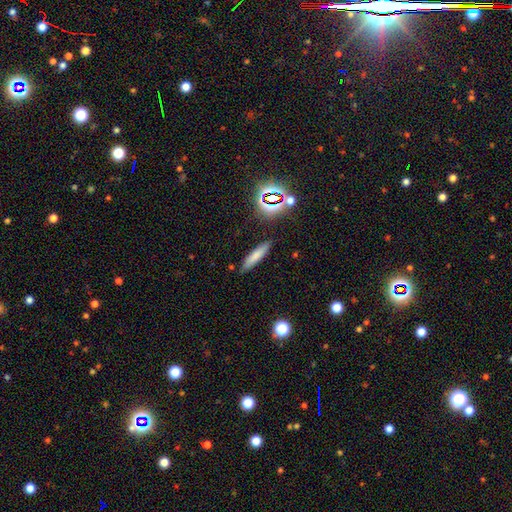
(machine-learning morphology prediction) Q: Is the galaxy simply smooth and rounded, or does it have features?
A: smooth — 73%.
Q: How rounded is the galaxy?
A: cigar-shaped — 83%.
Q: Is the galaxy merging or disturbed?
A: none — 85%.